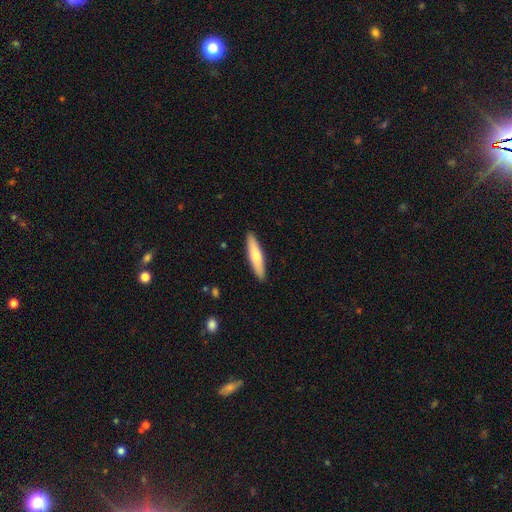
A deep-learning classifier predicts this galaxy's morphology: Smooth or featured: smooth — 68% (featured or disk — 27%)
How rounded: cigar-shaped — 83% (in between — 15%)
Merging: none — 91% (minor disturbance — 7%)